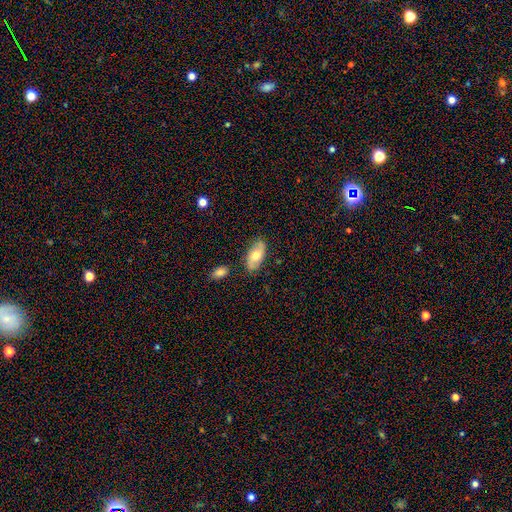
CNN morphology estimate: type=smooth (53%); roundness=in between (91%); merging=none (79%).